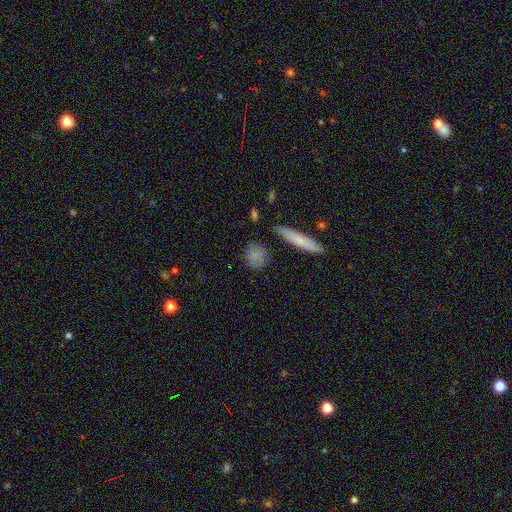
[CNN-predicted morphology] Q: Smooth or featured?
A: smooth (78%); runner-up: featured or disk (12%)
Q: How rounded?
A: round (66%); runner-up: in between (27%)
Q: Merging?
A: none (77%); runner-up: minor disturbance (15%)